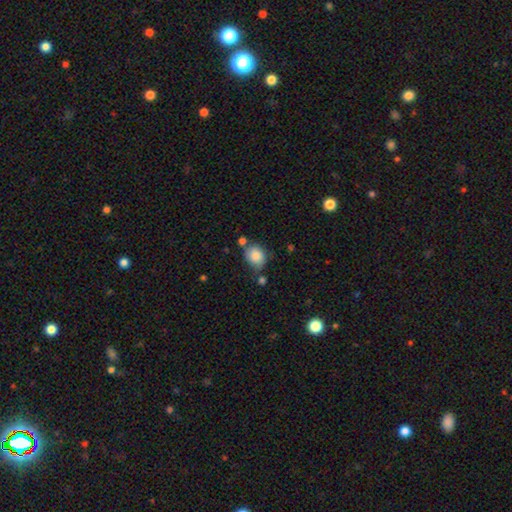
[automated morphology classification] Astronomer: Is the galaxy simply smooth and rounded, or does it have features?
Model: smooth — 84%.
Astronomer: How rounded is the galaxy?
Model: in between — 50% (runner-up: round, 49%).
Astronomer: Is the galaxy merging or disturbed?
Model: none — 60%.